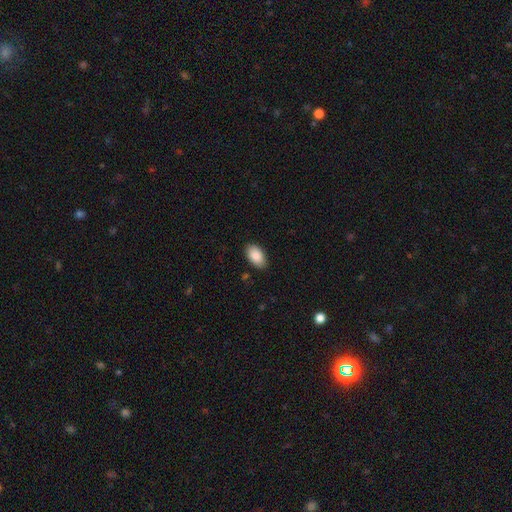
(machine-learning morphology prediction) smooth_or_featured: smooth (p=0.90) [alt: star or artifact p=0.06]
how_rounded: in between (p=0.94) [alt: round p=0.04]
merging: none (p=0.85) [alt: minor disturbance p=0.12]